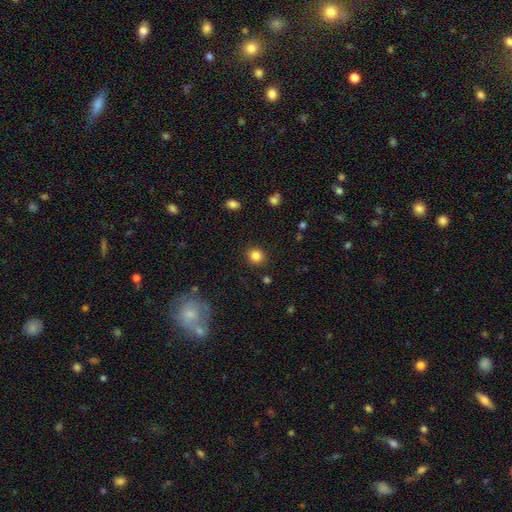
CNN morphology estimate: This appears to be a smooth galaxy with no disk features (84%) that is round (83%). Merging: none (89%).